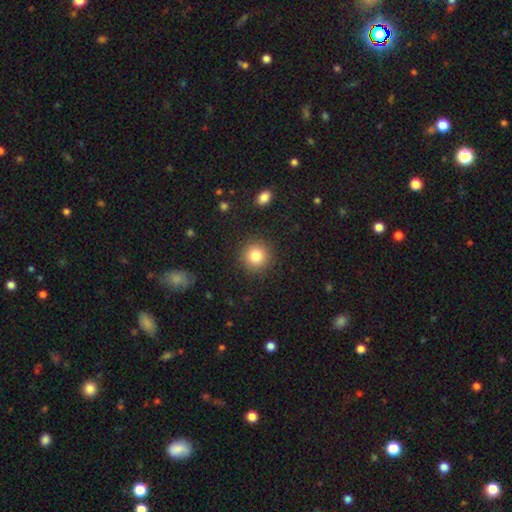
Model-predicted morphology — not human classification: Smooth or featured: smooth — 82% (star or artifact — 11%)
How rounded: round — 94% (in between — 6%)
Merging: none — 90% (minor disturbance — 6%)